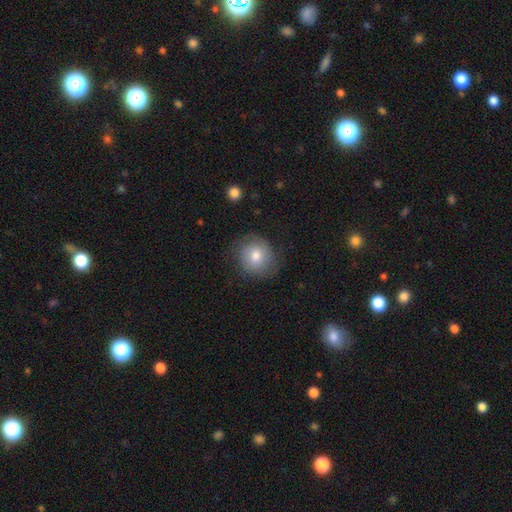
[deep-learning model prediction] A smooth galaxy with no disk features (71%) that is round (83%). Merging: none (73%).